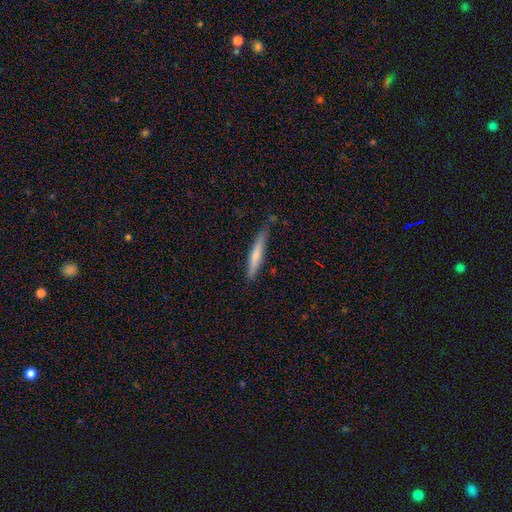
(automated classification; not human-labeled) A smooth galaxy with no disk features (67%) that is cigar-shaped (93%). Merging: none (81%).